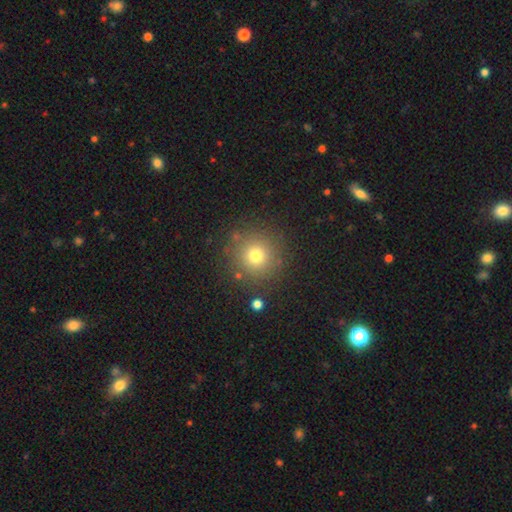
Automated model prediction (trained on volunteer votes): Morphology: type=smooth (73%); roundness=round (94%); merging=none (86%).